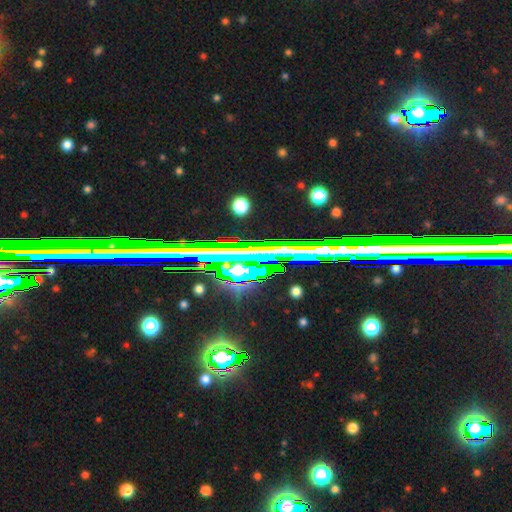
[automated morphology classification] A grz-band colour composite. It shows a star or artifact, not a galaxy (64%).